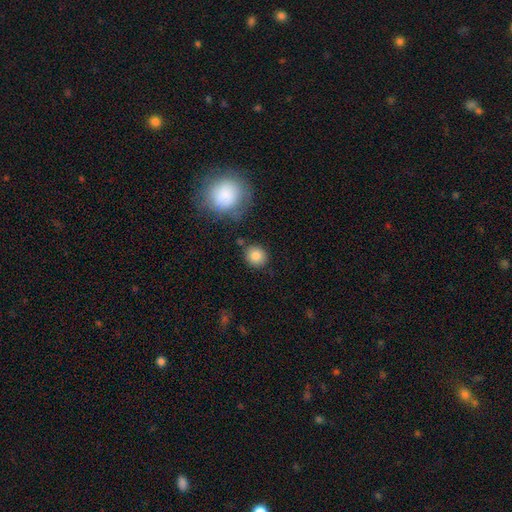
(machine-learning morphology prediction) Q: Smooth or featured?
A: smooth (85%); runner-up: star or artifact (9%)
Q: How rounded?
A: round (82%); runner-up: in between (17%)
Q: Merging?
A: none (81%); runner-up: minor disturbance (10%)